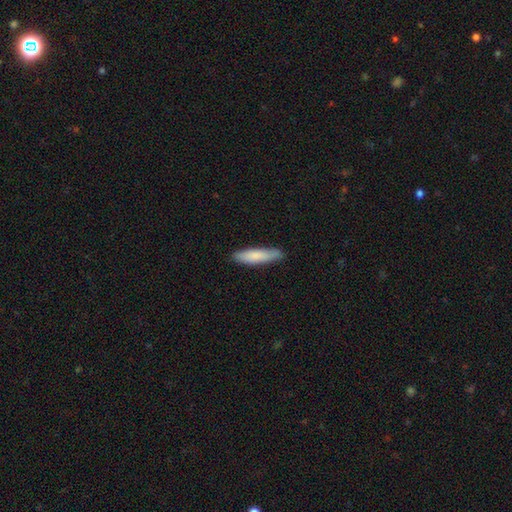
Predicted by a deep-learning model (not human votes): Q: Smooth or featured?
A: smooth (80%); runner-up: featured or disk (14%)
Q: How rounded?
A: cigar-shaped (80%); runner-up: in between (19%)
Q: Merging?
A: none (83%); runner-up: minor disturbance (14%)